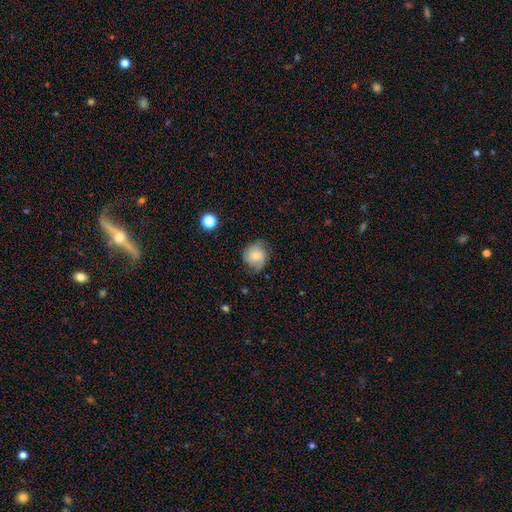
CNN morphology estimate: Smooth or featured? smooth (52%)
How rounded? round (76%)
Merging? none (67%)